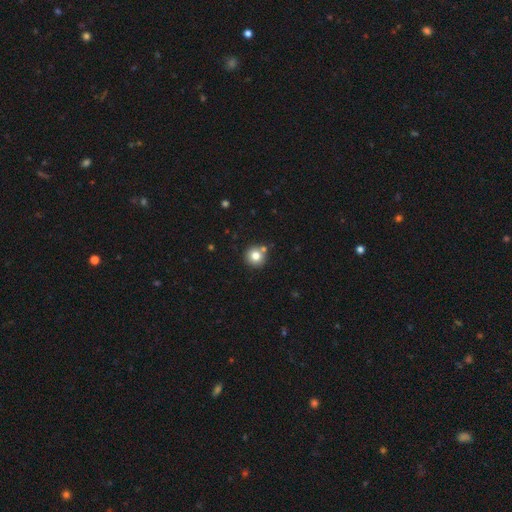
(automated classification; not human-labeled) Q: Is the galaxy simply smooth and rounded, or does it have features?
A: smooth — 79%.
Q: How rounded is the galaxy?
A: round — 95%.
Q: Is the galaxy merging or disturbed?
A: none — 78%.